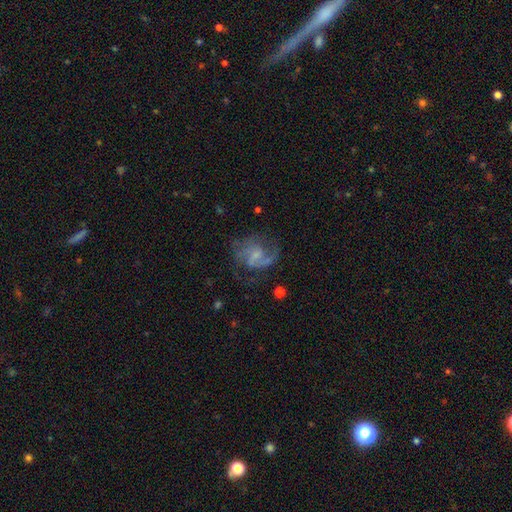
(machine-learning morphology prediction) A featured or disk galaxy (71%) with no bar (47%), 2 (53%) medium (47%) spiral arms (85%) and a small central bulge (48%).

Vote fractions:
- Smooth or featured? featured or disk: 71% / smooth: 20% / star or artifact: 9%
- Edge-on disk? no: 98% / yes: 2%
- Bar? no: 47% / weak: 44% / strong: 9%
- Spiral arms? yes: 85% / no: 15%
- Spiral winding? medium: 47% / loose: 34% / tight: 19%
- Spiral arm count? 2: 53% / can't tell: 18% / 1: 17% / 3: 8% / 4: 2% / more than 4: 2%
- Bulge size? small: 48% / none: 28% / moderate: 20% / large: 3% / dominant: 1%
- Merging? none: 52% / major disturbance: 26% / minor disturbance: 20% / merger: 2%